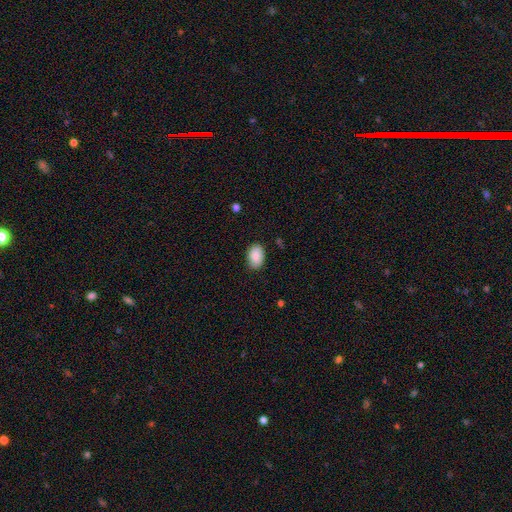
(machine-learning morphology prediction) Smooth or featured? Predicted: smooth (p=0.89). How rounded? Predicted: in between (p=0.88). Merging? Predicted: none (p=0.84).